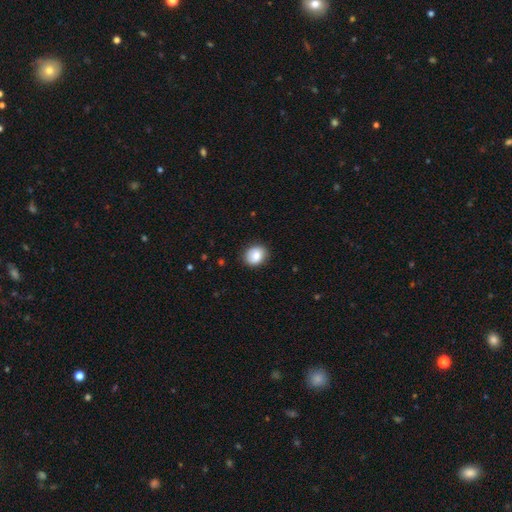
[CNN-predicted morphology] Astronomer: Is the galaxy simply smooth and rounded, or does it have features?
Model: smooth — 84%.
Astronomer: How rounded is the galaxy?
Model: round — 63%.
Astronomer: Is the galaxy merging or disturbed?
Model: none — 85%.